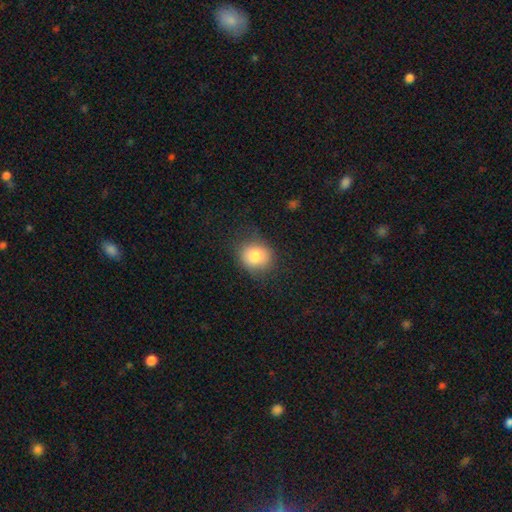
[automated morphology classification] A smooth galaxy with no disk features (80%) that is round (76%). Merging: none (77%).